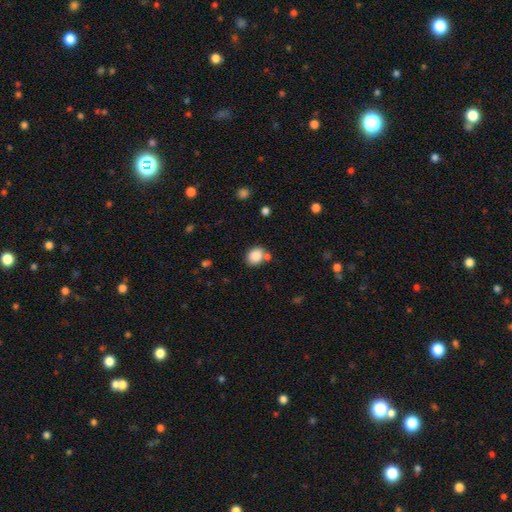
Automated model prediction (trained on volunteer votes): This is clearly a smooth galaxy (86%). How rounded: possibly round (57%). Merging: likely none (67%).